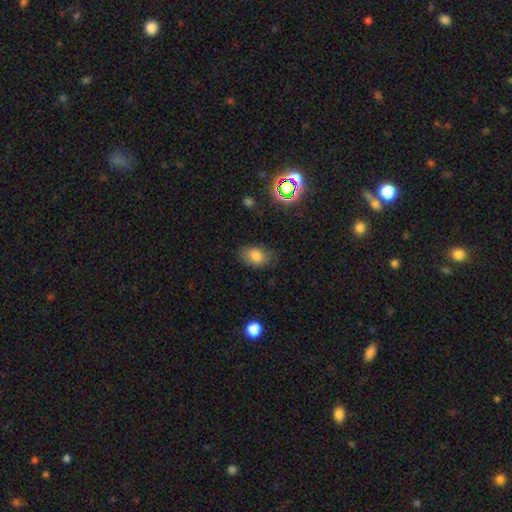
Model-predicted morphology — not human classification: This is likely a smooth galaxy (79%). How rounded: clearly in between (84%). Merging: likely none (77%).